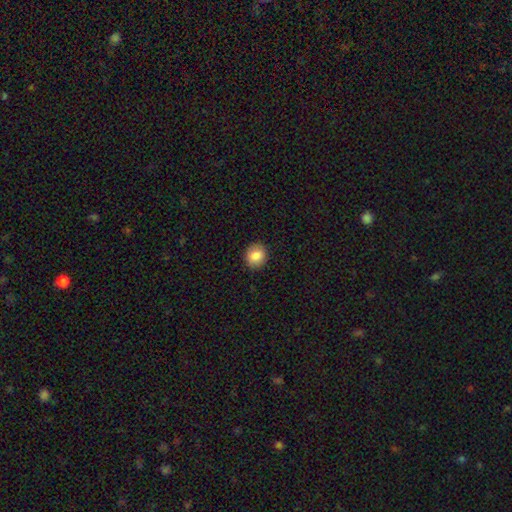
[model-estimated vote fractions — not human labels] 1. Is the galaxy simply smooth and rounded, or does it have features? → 85% smooth, 8% star or artifact, 7% featured or disk.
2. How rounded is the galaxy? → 77% round, 22% in between, 1% cigar-shaped.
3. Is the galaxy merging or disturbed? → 90% none, 8% minor disturbance, 2% major disturbance, 1% merger.